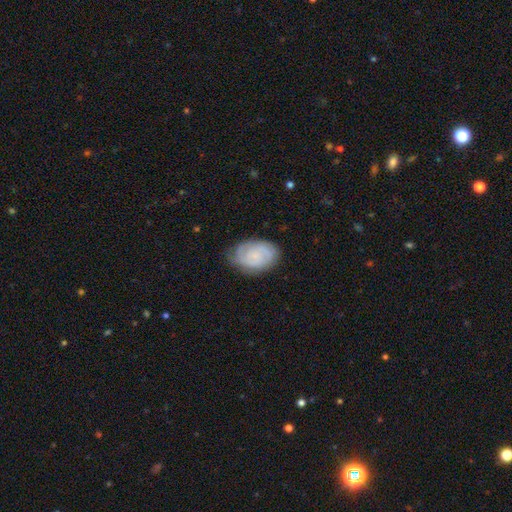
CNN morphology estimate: Smooth or featured: featured or disk — 68% (smooth — 25%)
Edge-on disk: no — 98% (yes — 2%)
Bar: no — 68% (weak — 28%)
Spiral arms: yes — 94% (no — 6%)
Spiral winding: tight — 63% (medium — 30%)
Spiral arm count: 2 — 44% (can't tell — 26%)
Bulge size: small — 65% (none — 22%)
Merging: none — 77% (minor disturbance — 17%)